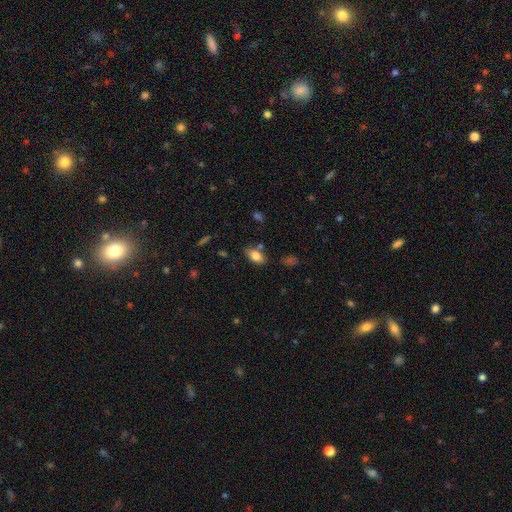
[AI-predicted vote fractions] smooth-or-featured: smooth: 82% | featured or disk: 10% | star or artifact: 9%
  how-rounded: in between: 89% | round: 8% | cigar-shaped: 3%
  merging: none: 73% | minor disturbance: 17% | merger: 7% | major disturbance: 4%